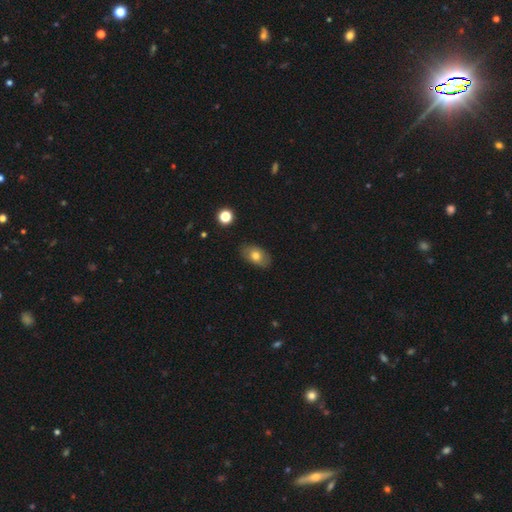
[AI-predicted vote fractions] This is likely a smooth galaxy (70%). How rounded: clearly in between (87%). Merging: clearly none (84%).